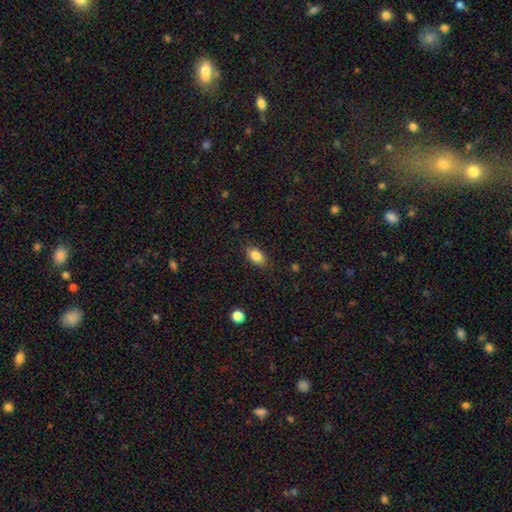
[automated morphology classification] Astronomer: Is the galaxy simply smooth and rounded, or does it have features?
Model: smooth — 85%.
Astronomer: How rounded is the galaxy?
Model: in between — 90%.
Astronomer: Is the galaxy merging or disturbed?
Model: none — 85%.